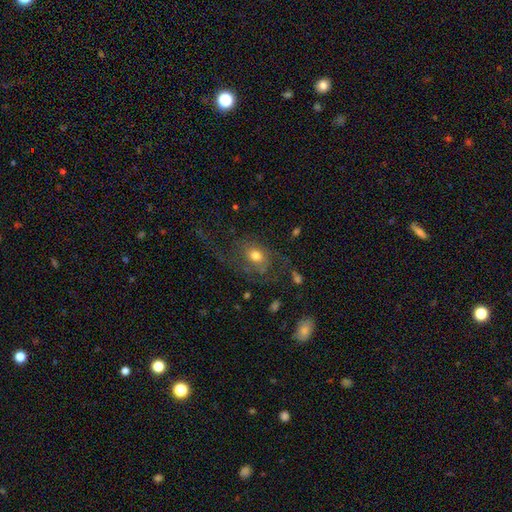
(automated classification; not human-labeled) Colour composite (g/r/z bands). It shows a featured or disk galaxy (54%) with no bar (79%), spiral arms (70%) and a moderate central bulge (67%). Merging: none (47%).